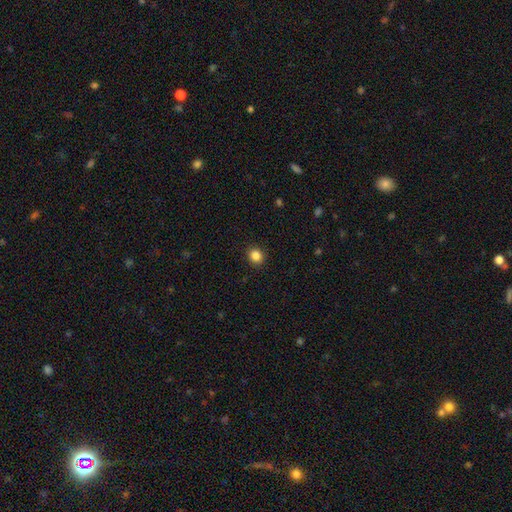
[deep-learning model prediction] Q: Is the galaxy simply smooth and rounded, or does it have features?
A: smooth — 85%.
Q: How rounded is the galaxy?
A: round — 81%.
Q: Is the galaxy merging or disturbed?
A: none — 92%.